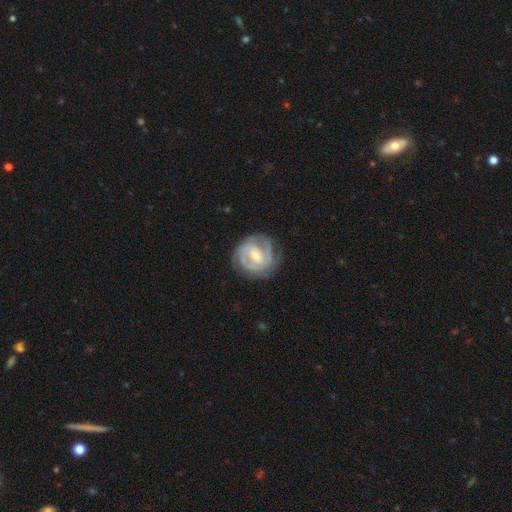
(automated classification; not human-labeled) Smooth or featured? featured or disk (84%)
Edge-on disk? no (98%)
Bar? weak (49%)
Spiral arms? yes (94%)
Spiral winding? tight (59%)
Spiral arm count? 2 (47%)
Bulge size? small (55%)
Merging? none (74%)